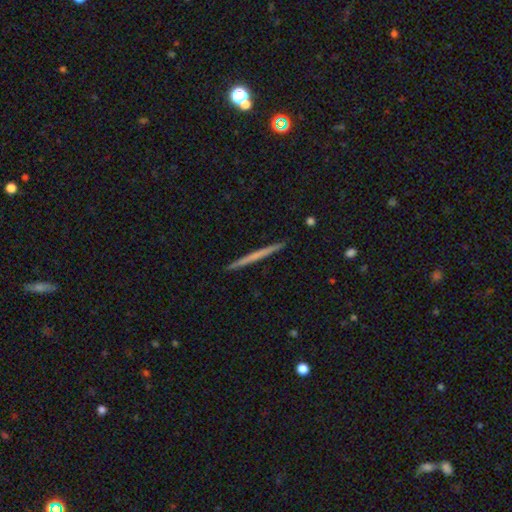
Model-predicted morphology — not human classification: type=smooth (49%); merging=none (93%).